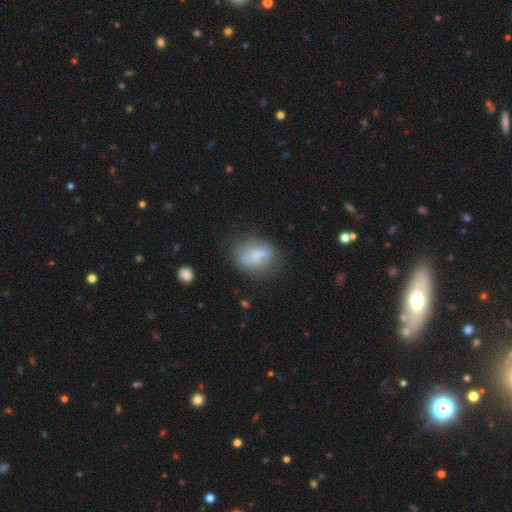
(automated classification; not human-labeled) This is likely a smooth galaxy (70%). How rounded: likely in between (70%). Merging: possibly none (56%).